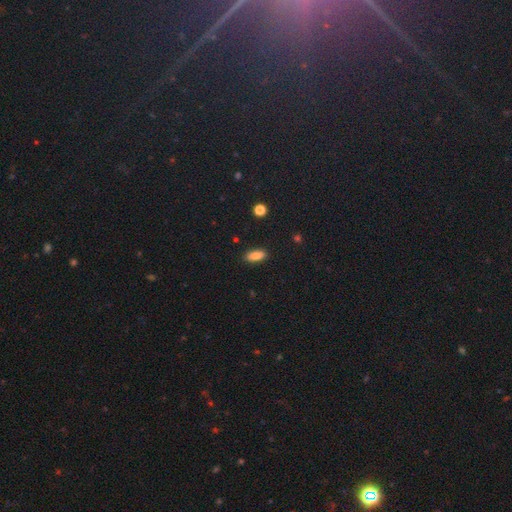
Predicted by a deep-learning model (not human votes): Q: Smooth or featured?
A: smooth (84%); runner-up: star or artifact (8%)
Q: How rounded?
A: in between (82%); runner-up: cigar-shaped (15%)
Q: Merging?
A: none (88%); runner-up: minor disturbance (9%)